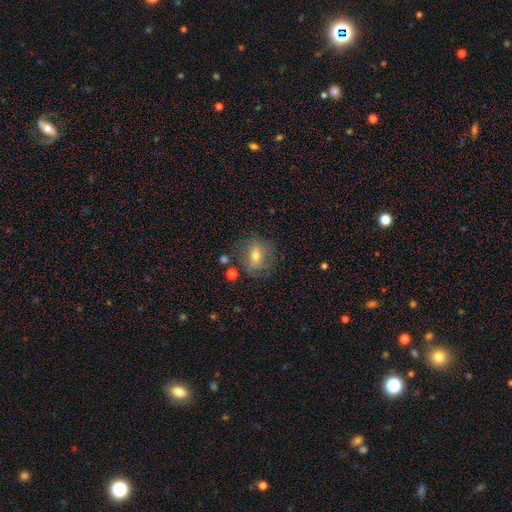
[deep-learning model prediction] smooth 56%, featured or disk 33%, star or artifact 11%. Down the decision tree: how rounded — round (65%); merging — none (73%).